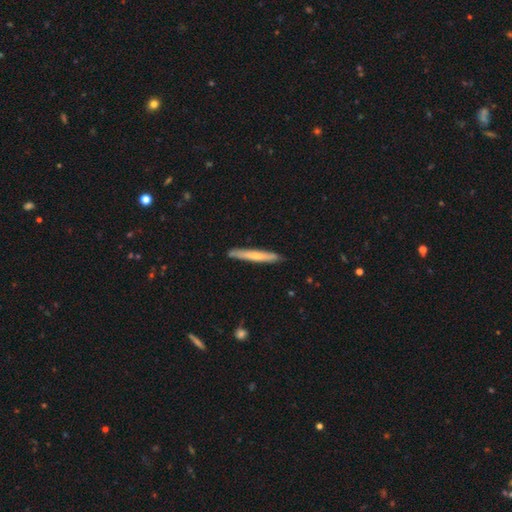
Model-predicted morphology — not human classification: Smooth or featured: smooth — 59% (featured or disk — 35%)
How rounded: cigar-shaped — 96% (in between — 3%)
Merging: none — 87% (minor disturbance — 10%)